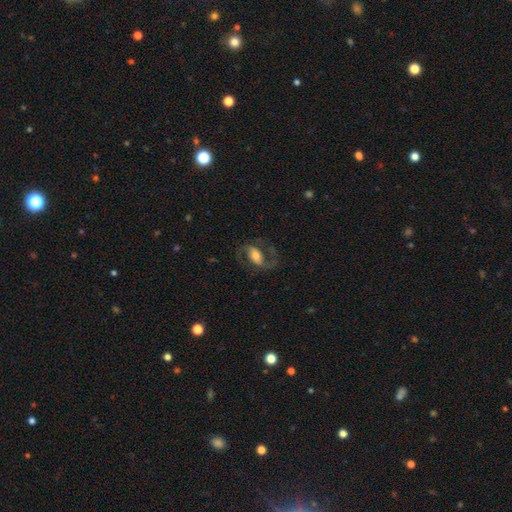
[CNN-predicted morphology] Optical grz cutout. It shows a featured or disk galaxy (74%) with a strong bar (36%, tied with weak), 2 (90%) medium (52%) spiral arms (91%) and a moderate central bulge (56%). Merging: none (69%).